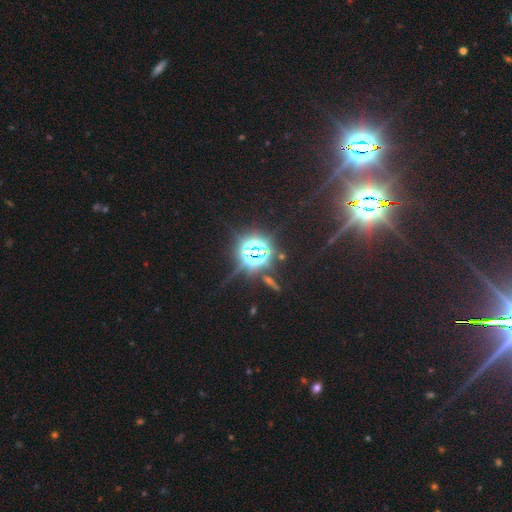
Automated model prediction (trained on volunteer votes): star or artifact 86%, featured or disk 7%, smooth 6%.